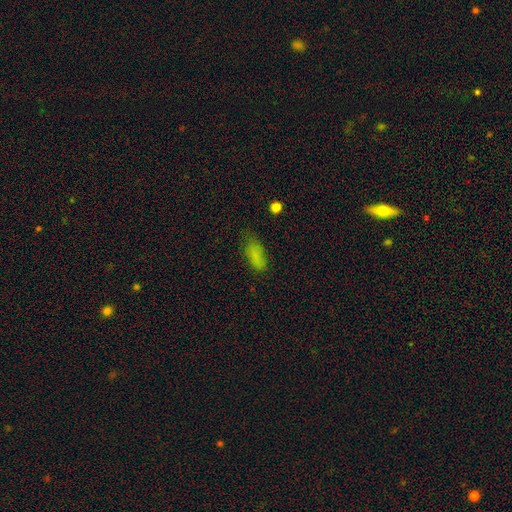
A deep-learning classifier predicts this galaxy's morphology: The model was most divided on "merging": none: 63%, minor disturbance: 27%, major disturbance: 9%, merger: 2%. More confident: how rounded — in between (82%); smooth or featured — smooth (79%).